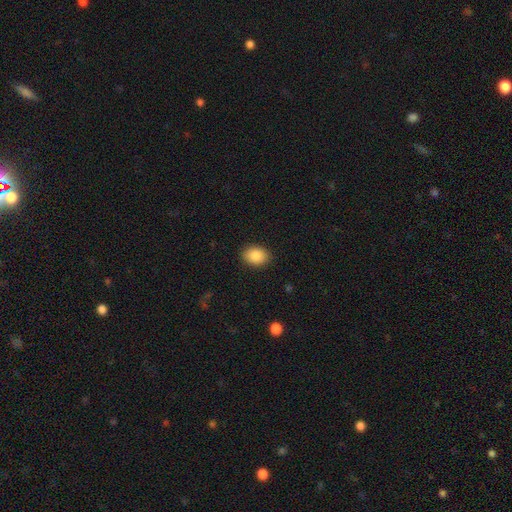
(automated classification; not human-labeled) Morphology: type=smooth (89%); roundness=in between (72%); merging=none (89%).